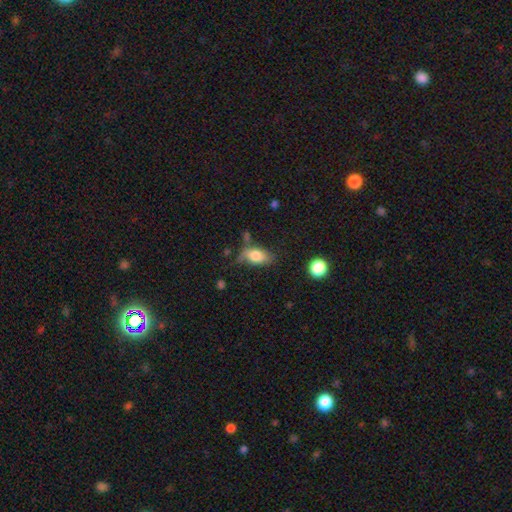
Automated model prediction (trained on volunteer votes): A smooth galaxy with no disk features (77%) that is in between round and cigar-shaped (88%).

Vote fractions:
- Smooth or featured? smooth: 77% / featured or disk: 15% / star or artifact: 8%
- How rounded? in between: 88% / round: 7% / cigar-shaped: 5%
- Merging? none: 55% / minor disturbance: 28% / major disturbance: 10% / merger: 7%